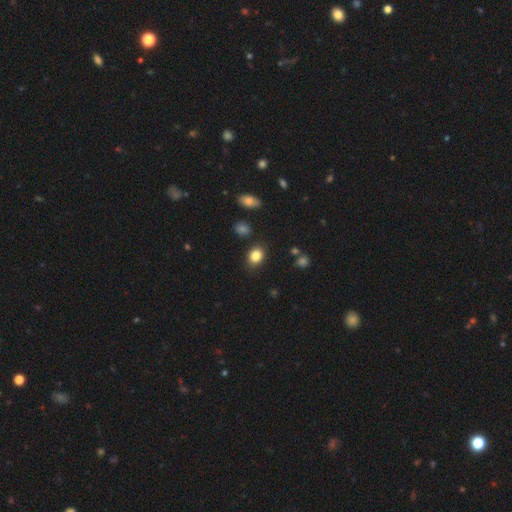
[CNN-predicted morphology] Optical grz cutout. It shows a smooth galaxy with no disk features (84%) that is in between round and cigar-shaped (53%). Merging: none (85%).